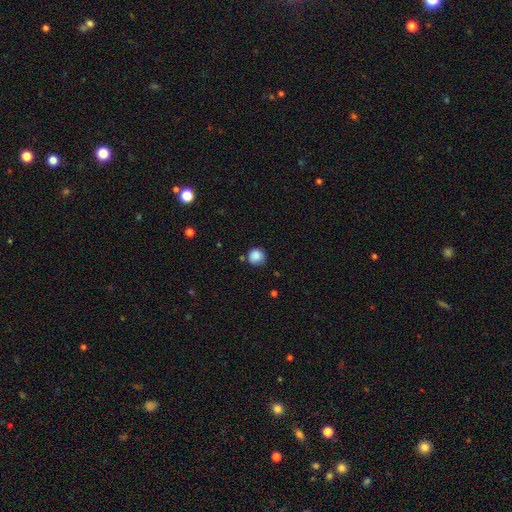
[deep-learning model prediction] This is clearly a smooth galaxy (86%). How rounded: clearly round (92%). Merging: likely none (78%).